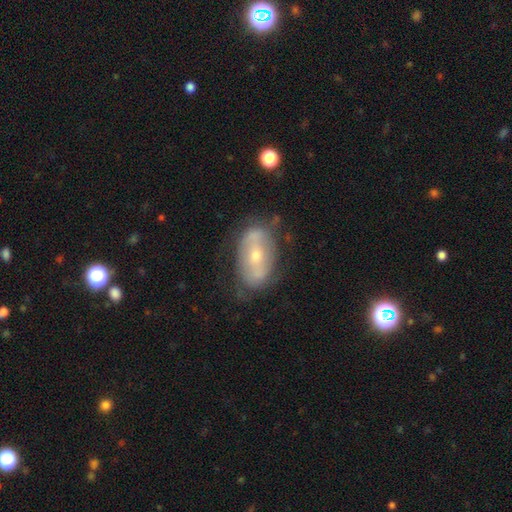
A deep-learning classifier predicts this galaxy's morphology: A featured or disk galaxy (66%) with no bar (40%), no spiral arms (54%) and a small central bulge (50%). Merging: none (65%).